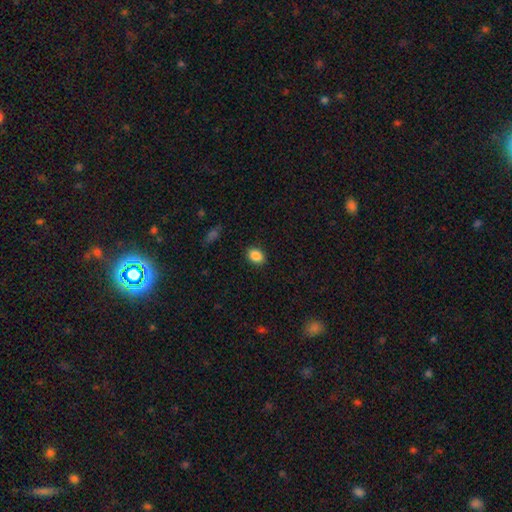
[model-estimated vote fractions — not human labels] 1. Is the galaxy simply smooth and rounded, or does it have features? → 88% smooth, 9% star or artifact, 4% featured or disk.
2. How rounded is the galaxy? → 73% in between, 25% round, 1% cigar-shaped.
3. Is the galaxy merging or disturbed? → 89% none, 8% minor disturbance, 2% major disturbance, 1% merger.